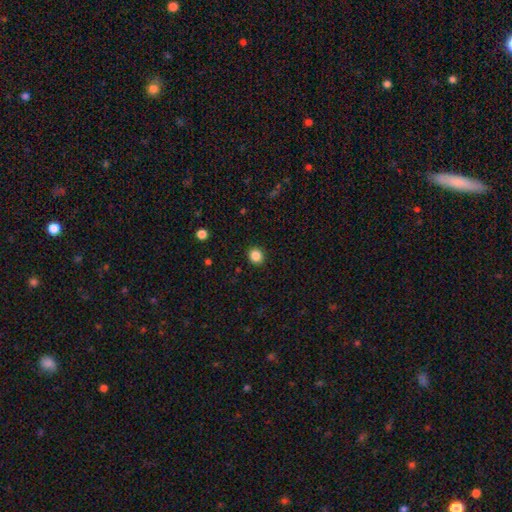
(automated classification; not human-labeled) This appears to be a smooth galaxy with no disk features (85%) that is round (83%). Merging: none (91%).